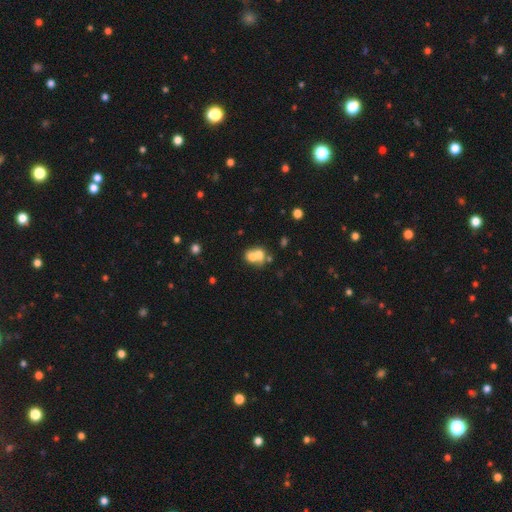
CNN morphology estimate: Overall: smooth (62%; featured or disk 26%). How rounded: round (53%; in between 46%). Merging: merger (66%).